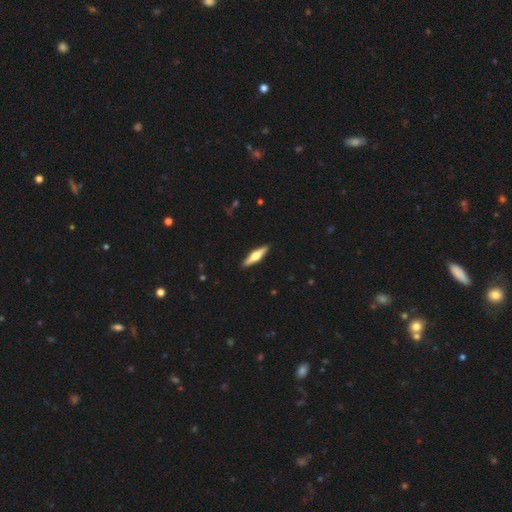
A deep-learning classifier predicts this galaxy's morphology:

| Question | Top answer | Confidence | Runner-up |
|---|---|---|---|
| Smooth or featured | featured or disk | 51% | smooth (44%) |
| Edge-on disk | yes | 95% | no (5%) |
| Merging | none | 91% | minor disturbance (7%) |